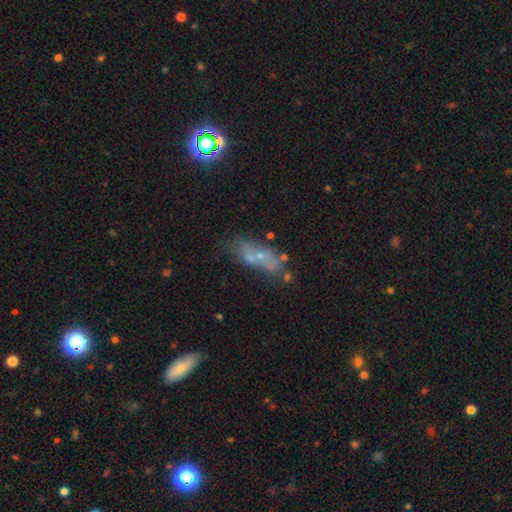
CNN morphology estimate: smooth 43%, featured or disk 42%, star or artifact 15%. Down the decision tree: merging — none (41%).